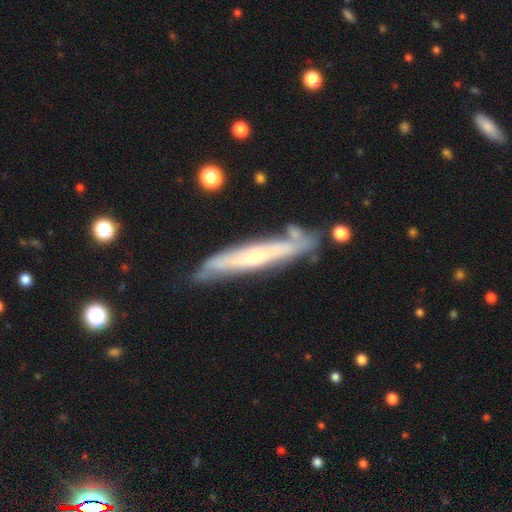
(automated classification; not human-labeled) smooth_or_featured: featured or disk (p=0.68) [alt: smooth p=0.27]
disk_edge_on: yes (p=0.74) [alt: no p=0.26]
edge_on_bulge: rounded (p=0.65) [alt: none p=0.31]
merging: none (p=0.70) [alt: minor disturbance p=0.19]